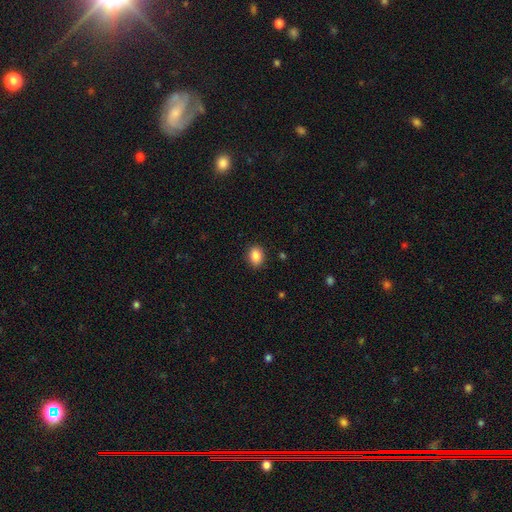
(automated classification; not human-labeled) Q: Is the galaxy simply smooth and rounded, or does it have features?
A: smooth — 86%.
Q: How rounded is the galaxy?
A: in between — 66%.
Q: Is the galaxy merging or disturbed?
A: none — 89%.